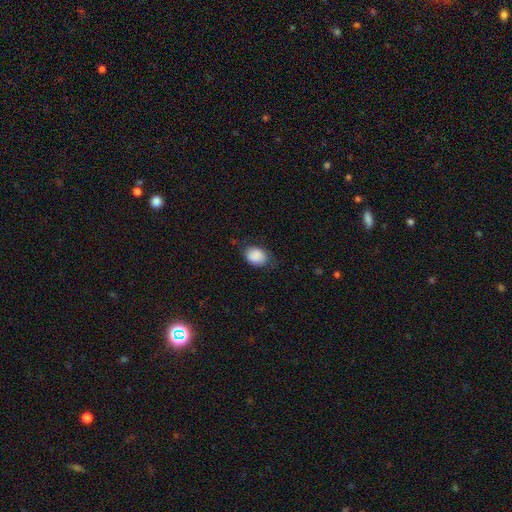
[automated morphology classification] Smooth or featured? Predicted: smooth (p=0.87). How rounded? Predicted: in between (p=0.69). Merging? Predicted: none (p=0.66).